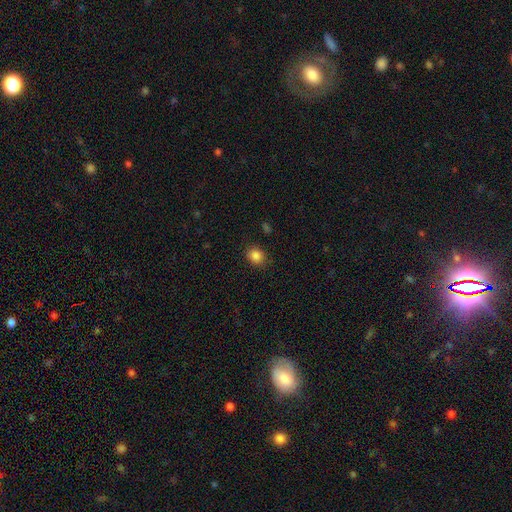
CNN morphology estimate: smooth 85%, star or artifact 11%, featured or disk 4%. Down the decision tree: how rounded — round (62%); merging — none (85%).